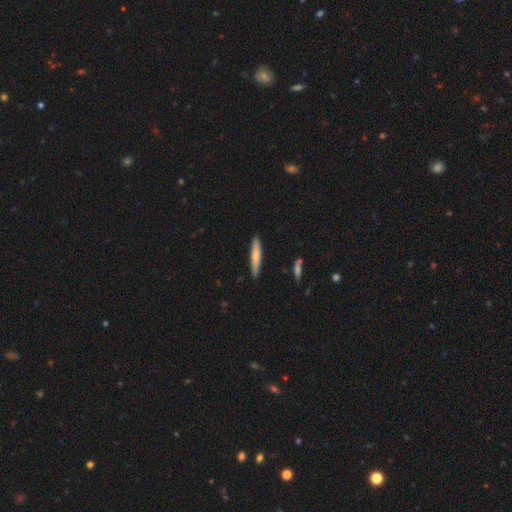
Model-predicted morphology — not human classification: type=smooth (69%); roundness=cigar-shaped (90%); merging=none (89%).